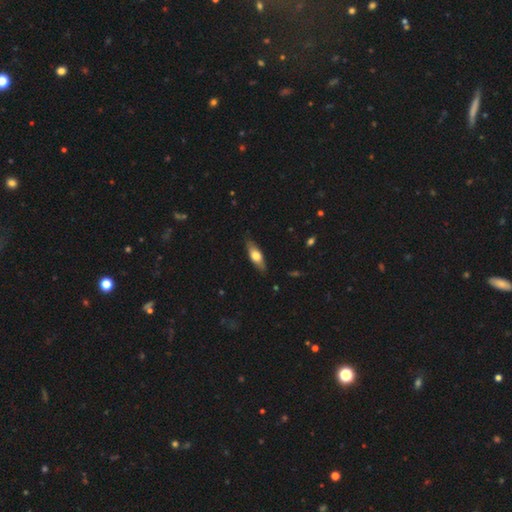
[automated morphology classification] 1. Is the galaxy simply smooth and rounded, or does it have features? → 60% smooth, 34% featured or disk, 6% star or artifact.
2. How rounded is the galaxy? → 60% in between, 38% cigar-shaped, 3% round.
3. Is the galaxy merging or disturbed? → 84% none, 13% minor disturbance, 2% major disturbance, 1% merger.